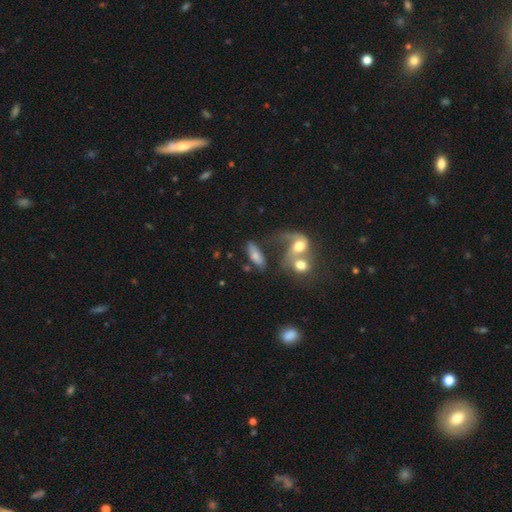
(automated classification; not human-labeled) Smooth or featured?
  - smooth: 58% *
  - featured or disk: 32%
  - star or artifact: 10%
How rounded?
  - in between: 70% *
  - cigar-shaped: 22%
  - round: 8%
Merging?
  - merger: 42% *
  - none: 30%
  - major disturbance: 16%
  - minor disturbance: 13%